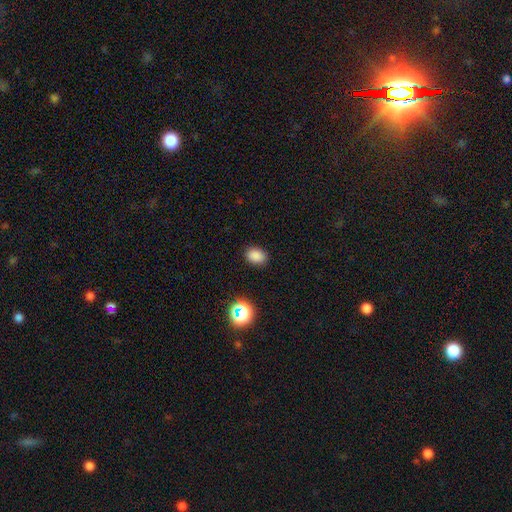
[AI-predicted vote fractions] Q: Smooth or featured?
A: smooth (83%); runner-up: star or artifact (13%)
Q: How rounded?
A: in between (72%); runner-up: round (27%)
Q: Merging?
A: none (87%); runner-up: minor disturbance (9%)